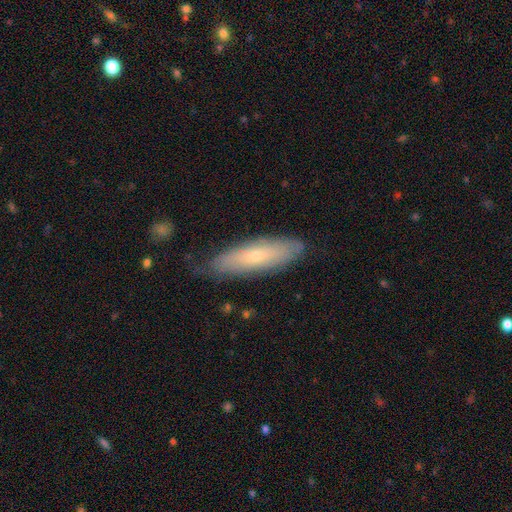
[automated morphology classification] Smooth or featured: smooth — 54% (featured or disk — 39%)
How rounded: cigar-shaped — 59% (in between — 39%)
Merging: none — 73% (minor disturbance — 21%)